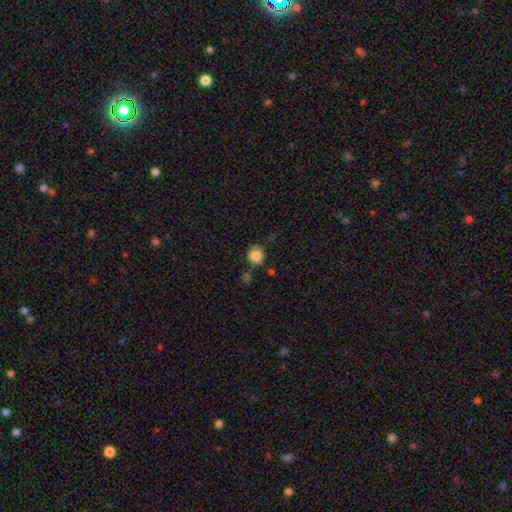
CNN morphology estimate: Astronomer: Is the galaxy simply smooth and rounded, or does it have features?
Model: smooth — 84%.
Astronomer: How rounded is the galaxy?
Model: round — 82%.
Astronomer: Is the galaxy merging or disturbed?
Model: none — 81%.